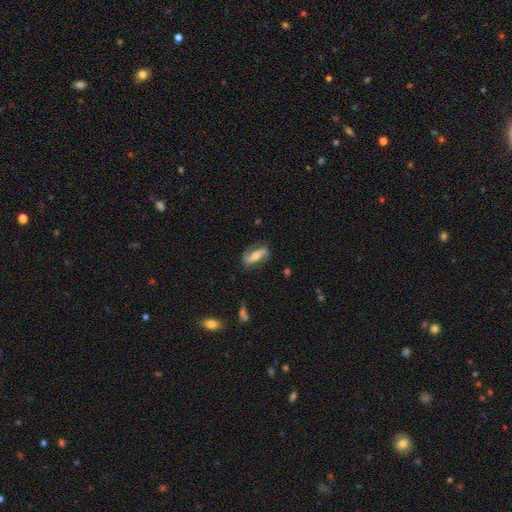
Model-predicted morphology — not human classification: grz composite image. It shows a featured or disk galaxy (72%) with a strong bar (52%), 2 (89%) loose (52%) spiral arms (88%) and a moderate central bulge (55%). Merging: none (77%).